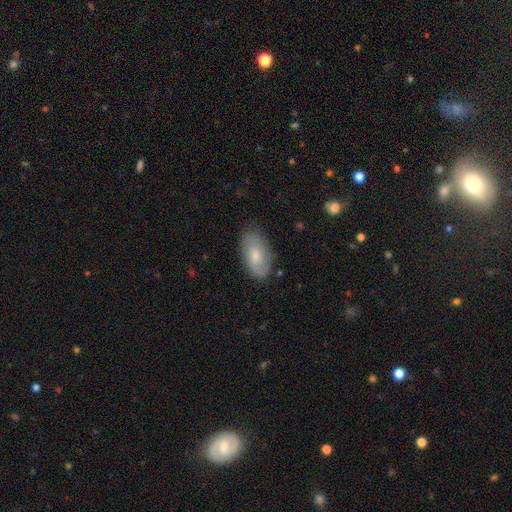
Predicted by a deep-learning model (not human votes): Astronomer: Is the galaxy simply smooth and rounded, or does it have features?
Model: smooth — 57% (runner-up: featured or disk, 36%).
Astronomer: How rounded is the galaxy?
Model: in between — 93%.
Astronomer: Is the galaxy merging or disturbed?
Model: none — 76%.